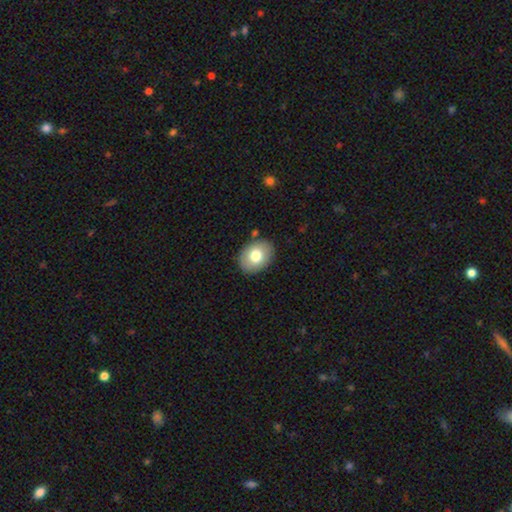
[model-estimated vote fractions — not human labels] smooth-or-featured: smooth: 74% | featured or disk: 18% | star or artifact: 7%
  how-rounded: in between: 67% | round: 32% | cigar-shaped: 1%
  merging: none: 86% | minor disturbance: 10% | major disturbance: 2% | merger: 2%